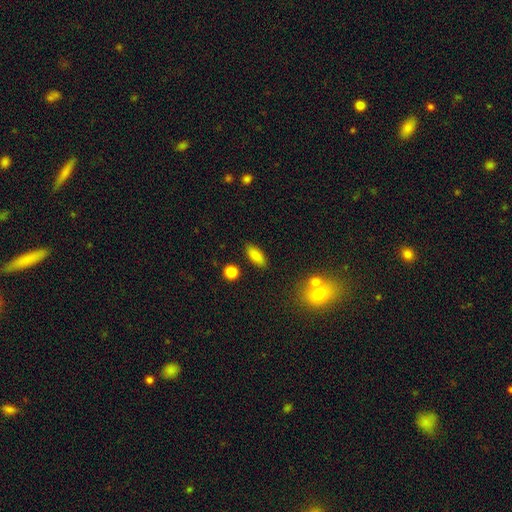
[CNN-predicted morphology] smooth 86%, star or artifact 8%, featured or disk 6%. Down the decision tree: how rounded — in between (79%); merging — none (86%).